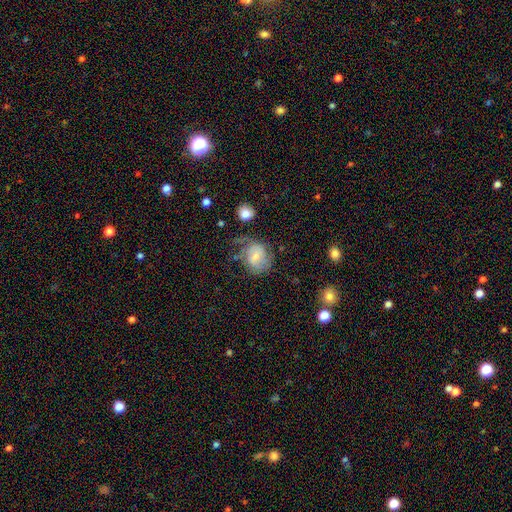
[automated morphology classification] smooth 49%, featured or disk 41%, star or artifact 9%. Down the decision tree: merging — none (39%).